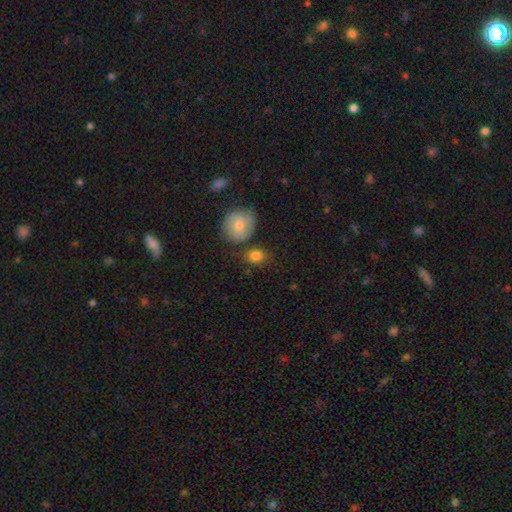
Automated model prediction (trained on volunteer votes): Smooth or featured?
  - smooth: 83% *
  - featured or disk: 9%
  - star or artifact: 8%
How rounded?
  - round: 57% *
  - in between: 41%
  - cigar-shaped: 2%
Merging?
  - none: 69% *
  - minor disturbance: 15%
  - merger: 12%
  - major disturbance: 4%